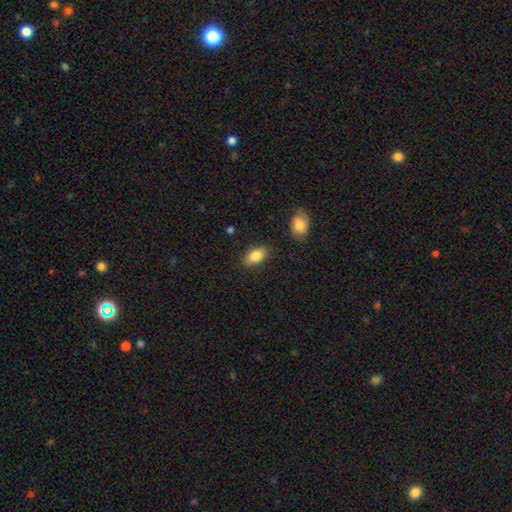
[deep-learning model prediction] smooth_or_featured: smooth (p=0.85) [alt: featured or disk p=0.08]
how_rounded: in between (p=0.90) [alt: round p=0.07]
merging: none (p=0.83) [alt: minor disturbance p=0.12]